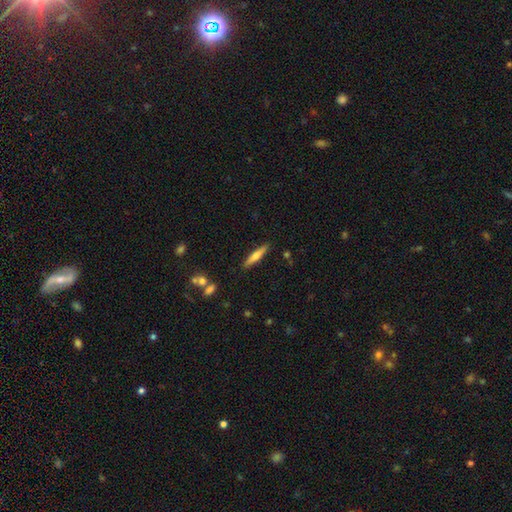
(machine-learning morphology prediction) Smooth or featured? Predicted: smooth (p=0.56). How rounded? Predicted: cigar-shaped (p=0.86). Merging? Predicted: none (p=0.89).